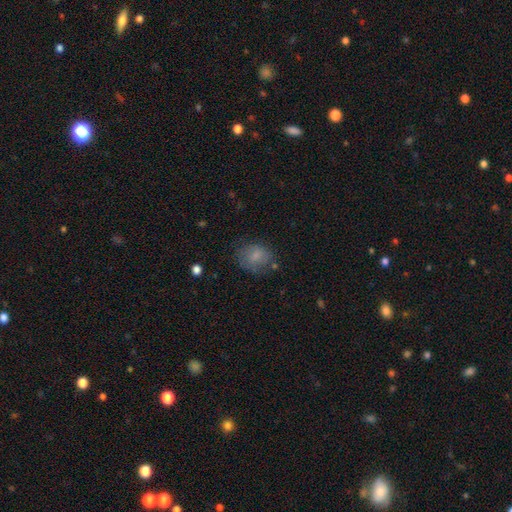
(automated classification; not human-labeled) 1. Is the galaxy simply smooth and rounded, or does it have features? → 76% smooth, 15% featured or disk, 10% star or artifact.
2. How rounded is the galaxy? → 53% in between, 46% round, 1% cigar-shaped.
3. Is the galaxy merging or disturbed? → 64% none, 23% minor disturbance, 10% major disturbance, 3% merger.